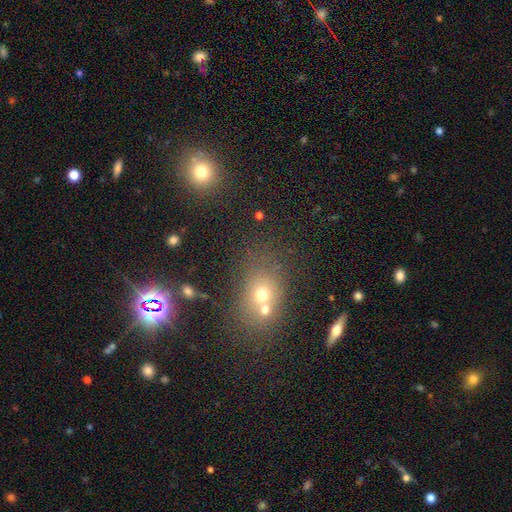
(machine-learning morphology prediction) The model was most divided on "smooth or featured": smooth: 49%, star or artifact: 35%, featured or disk: 16%. More confident: merging — none (57%).